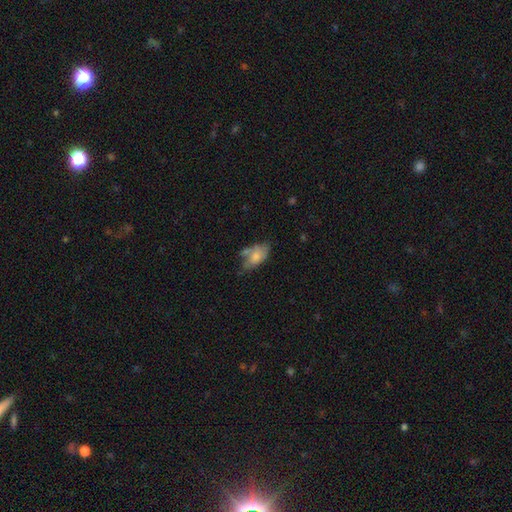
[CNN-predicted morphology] Smooth or featured: smooth — 67% (featured or disk — 25%)
How rounded: in between — 91% (round — 5%)
Merging: none — 39% (minor disturbance — 30%)